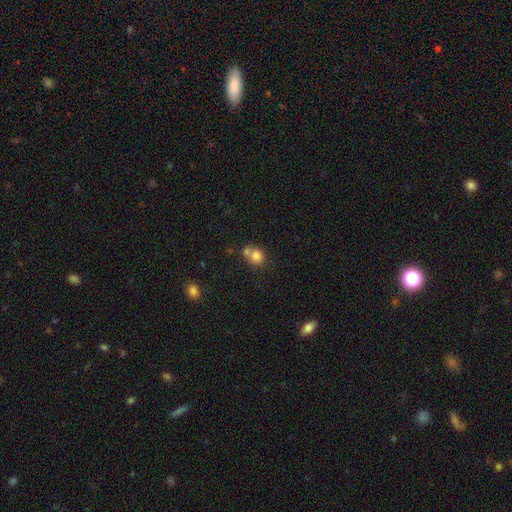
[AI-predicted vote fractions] This is likely a smooth galaxy (79%). How rounded: likely round (74%). Merging: marginally merger (44%).